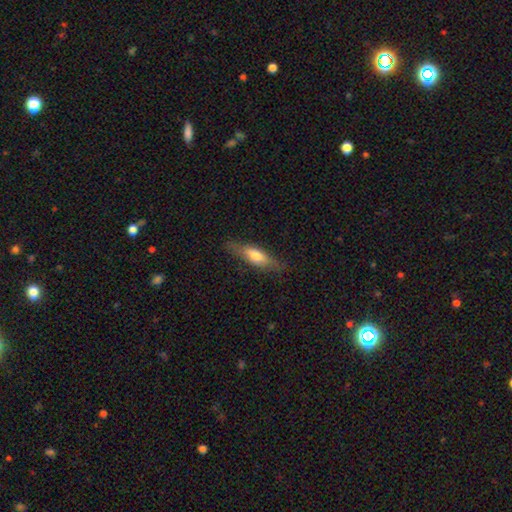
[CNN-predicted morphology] The model was most divided on "how rounded": cigar-shaped: 54%, in between: 43%, round: 2%. More confident: merging — none (78%); smooth or featured — smooth (62%).